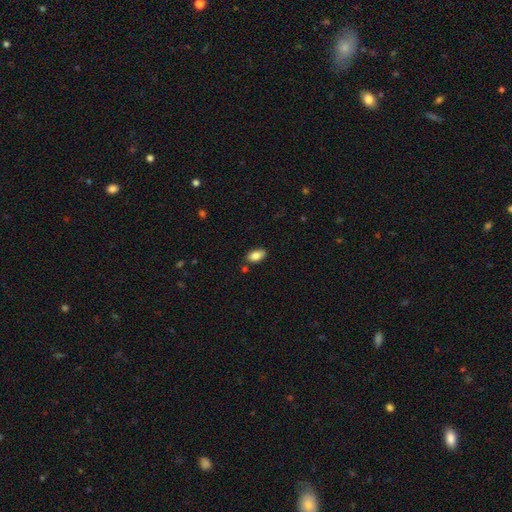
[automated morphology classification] smooth-or-featured: smooth: 84% | featured or disk: 8% | star or artifact: 8%
  how-rounded: in between: 92% | cigar-shaped: 4% | round: 4%
  merging: none: 81% | minor disturbance: 13% | merger: 4% | major disturbance: 2%